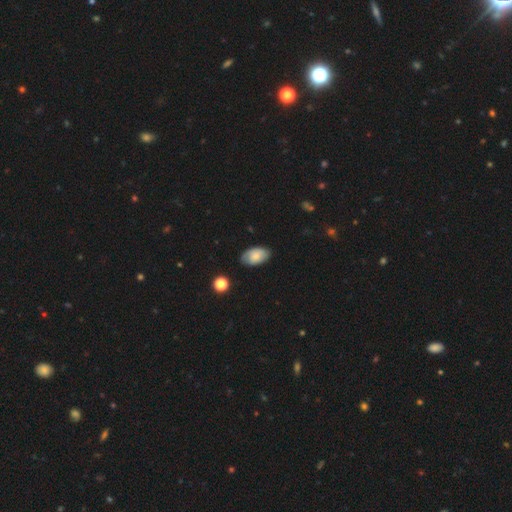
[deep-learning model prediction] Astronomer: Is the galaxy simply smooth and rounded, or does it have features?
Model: smooth — 72%.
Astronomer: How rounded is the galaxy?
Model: in between — 94%.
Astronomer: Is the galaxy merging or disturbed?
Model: none — 77%.